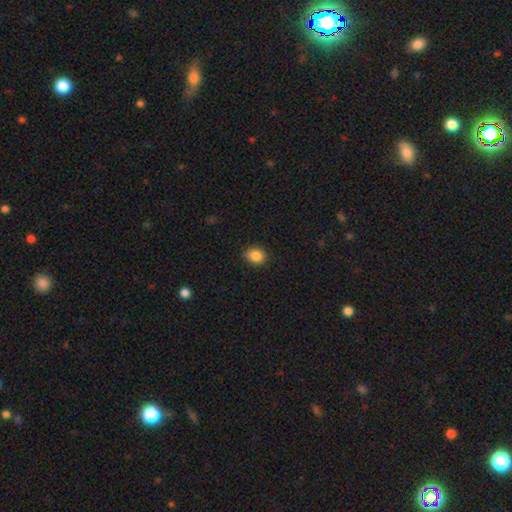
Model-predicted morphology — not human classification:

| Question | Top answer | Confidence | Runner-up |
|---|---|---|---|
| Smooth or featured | smooth | 86% | star or artifact (10%) |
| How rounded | round | 56% | in between (43%) |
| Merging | none | 87% | minor disturbance (10%) |